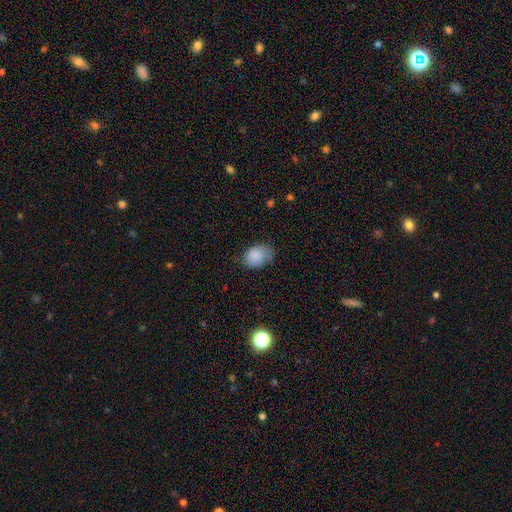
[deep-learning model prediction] Smooth or featured: smooth — 85% (star or artifact — 8%)
How rounded: in between — 76% (round — 23%)
Merging: none — 58% (minor disturbance — 32%)